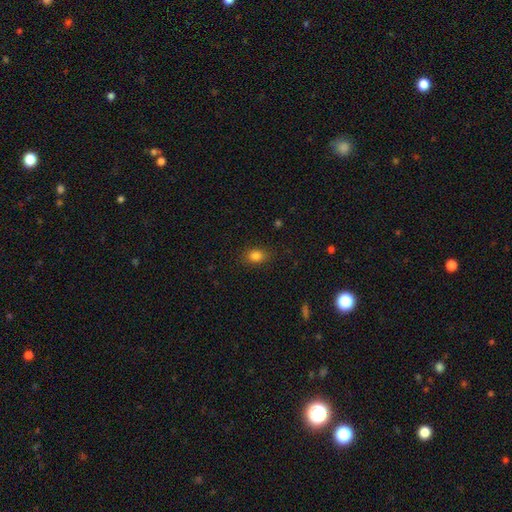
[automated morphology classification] This appears to be a smooth galaxy with no disk features (83%) that is in between round and cigar-shaped (67%). Merging: none (84%).